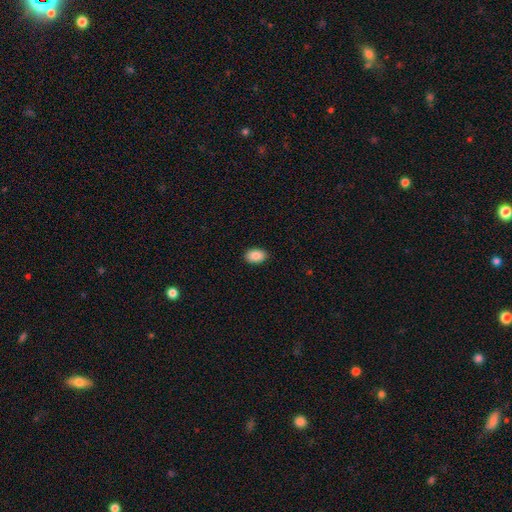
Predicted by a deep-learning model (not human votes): This appears to be a smooth galaxy with no disk features (88%) that is in between round and cigar-shaped (87%). Merging: none (90%).